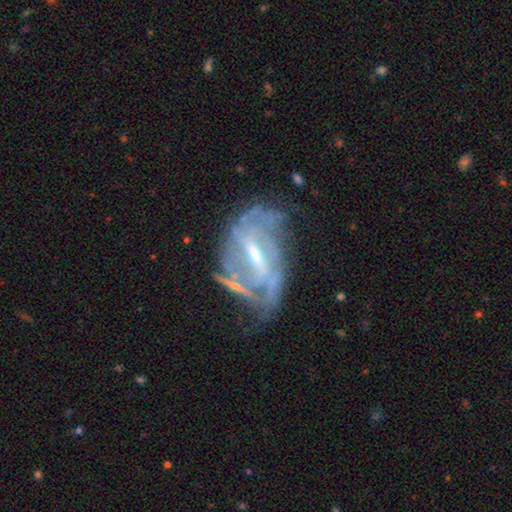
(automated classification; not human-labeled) smooth_or_featured: featured or disk (p=0.84) [alt: smooth p=0.08]
disk_edge_on: no (p=0.94) [alt: yes p=0.06]
bar: strong (p=0.49) [alt: weak p=0.40]
has_spiral_arms: yes (p=0.85) [alt: no p=0.15]
spiral_winding: tight (p=0.49) [alt: medium p=0.35]
spiral_arm_count: can't tell (p=0.41) [alt: 2 p=0.28]
bulge_size: moderate (p=0.46) [tied with: small p=0.46]
merging: none (p=0.45) [alt: minor disturbance p=0.25]